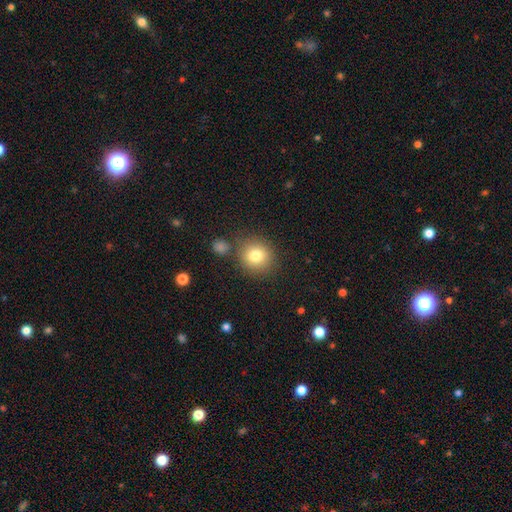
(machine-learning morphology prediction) Smooth or featured? Predicted: smooth (p=0.80). How rounded? Predicted: round (p=0.88). Merging? Predicted: none (p=0.78).